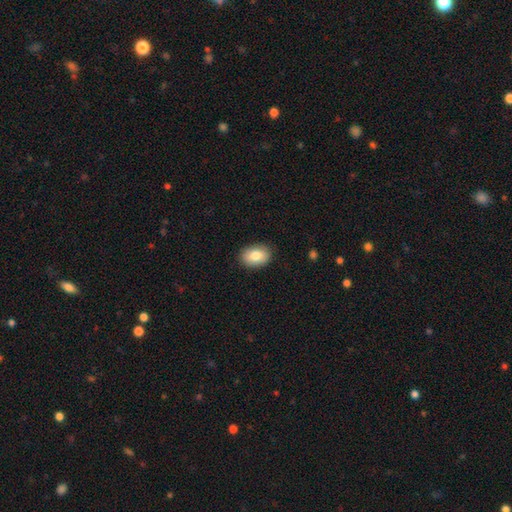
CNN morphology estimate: smooth 81%, featured or disk 12%, star or artifact 7%. Down the decision tree: how rounded — in between (79%); merging — none (88%).